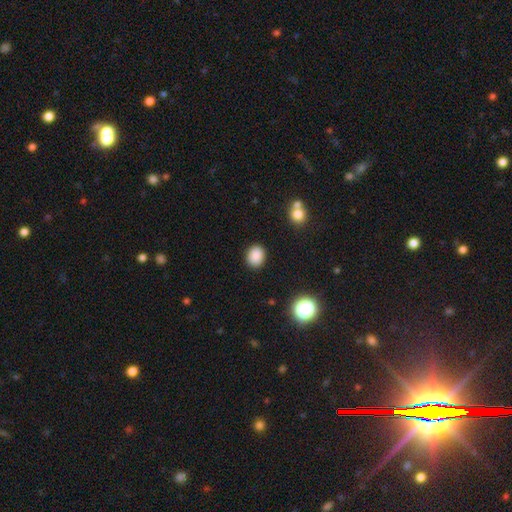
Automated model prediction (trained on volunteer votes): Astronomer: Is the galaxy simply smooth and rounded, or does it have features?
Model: smooth — 87%.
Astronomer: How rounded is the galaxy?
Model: in between — 50% (runner-up: round, 49%).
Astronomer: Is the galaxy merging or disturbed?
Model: none — 88%.